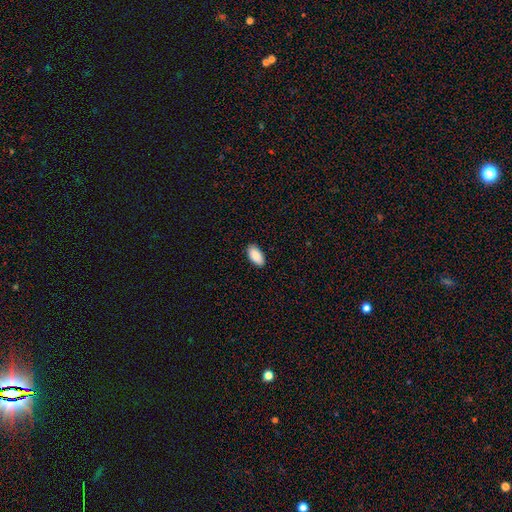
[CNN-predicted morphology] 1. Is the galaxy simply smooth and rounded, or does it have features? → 90% smooth, 6% star or artifact, 3% featured or disk.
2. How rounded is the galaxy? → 95% in between, 3% cigar-shaped, 2% round.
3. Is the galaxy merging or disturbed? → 89% none, 9% minor disturbance, 2% major disturbance, 1% merger.